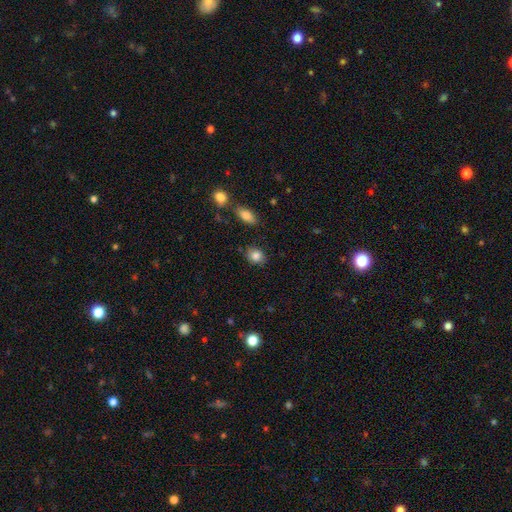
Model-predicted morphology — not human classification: Overall: smooth (85%). How rounded: round (56%; in between 43%). Merging: none (82%).